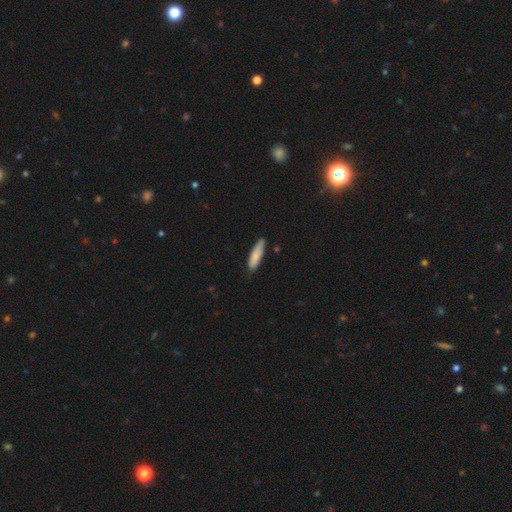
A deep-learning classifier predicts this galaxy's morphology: The model was most divided on "how rounded": cigar-shaped: 66%, in between: 33%, round: 1%. More confident: smooth or featured — smooth (82%); merging — none (75%).